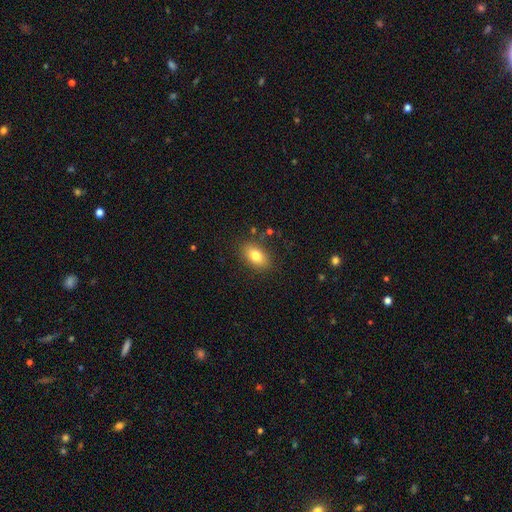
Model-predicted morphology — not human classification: smooth 80%, featured or disk 12%, star or artifact 8%. Down the decision tree: how rounded — in between (88%); merging — none (84%).